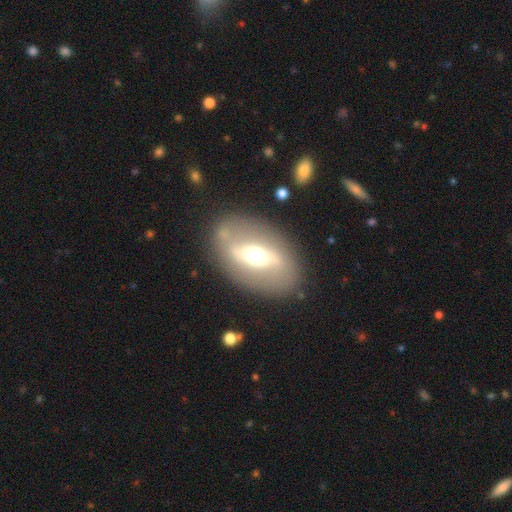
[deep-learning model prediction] A featured or disk galaxy (64%) with a strong bar (58%), no spiral arms (74%) and a moderate central bulge (64%).

Vote fractions:
- Smooth or featured? featured or disk: 64% / smooth: 29% / star or artifact: 7%
- Edge-on disk? no: 82% / yes: 18%
- Bar? strong: 58% / weak: 27% / no: 15%
- Spiral arms? no: 74% / yes: 26%
- Bulge size? moderate: 64% / large: 25% / small: 7% / dominant: 3% / none: 1%
- Merging? none: 82% / minor disturbance: 11% / major disturbance: 6% / merger: 2%